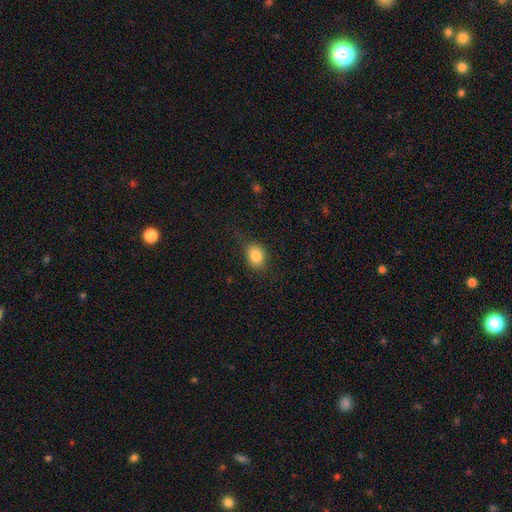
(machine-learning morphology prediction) Smooth or featured?
  - smooth: 85% *
  - star or artifact: 9%
  - featured or disk: 6%
How rounded?
  - in between: 60% *
  - round: 39%
  - cigar-shaped: 1%
Merging?
  - none: 73% *
  - minor disturbance: 19%
  - major disturbance: 7%
  - merger: 1%